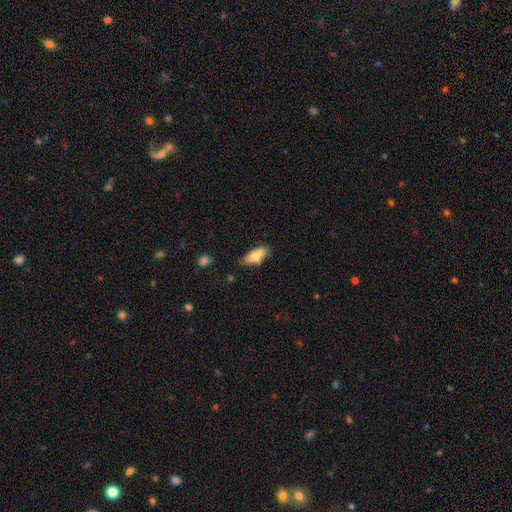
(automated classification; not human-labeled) Morphology: type=smooth (85%); roundness=in between (84%); merging=none (76%).